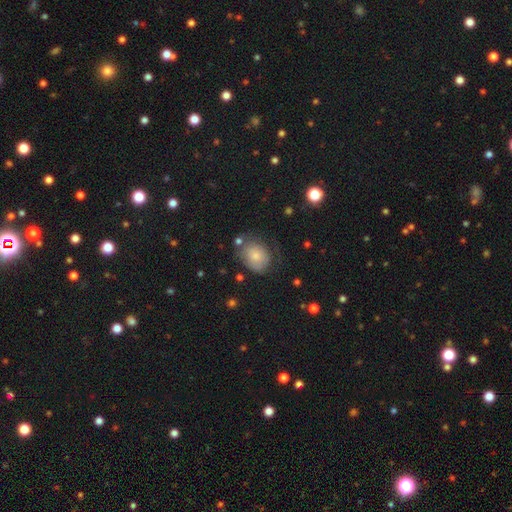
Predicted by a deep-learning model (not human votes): Smooth or featured?
  - smooth: 73% *
  - featured or disk: 18%
  - star or artifact: 8%
How rounded?
  - in between: 53% *
  - round: 46%
  - cigar-shaped: 1%
Merging?
  - none: 50% *
  - minor disturbance: 28%
  - major disturbance: 17%
  - merger: 5%